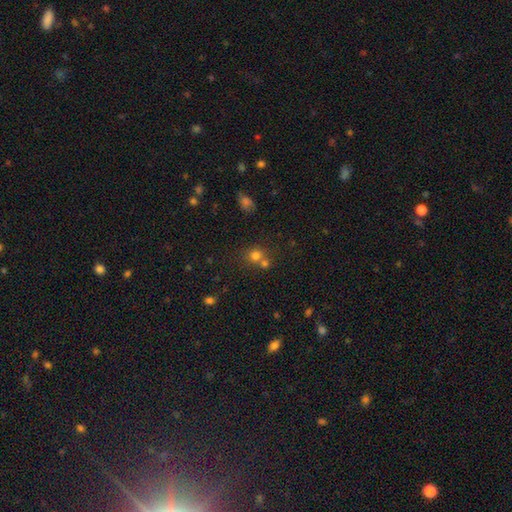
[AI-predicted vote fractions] Smooth or featured? Predicted: smooth (p=0.74). How rounded? Predicted: round (p=0.82). Merging? Predicted: none (p=0.48).